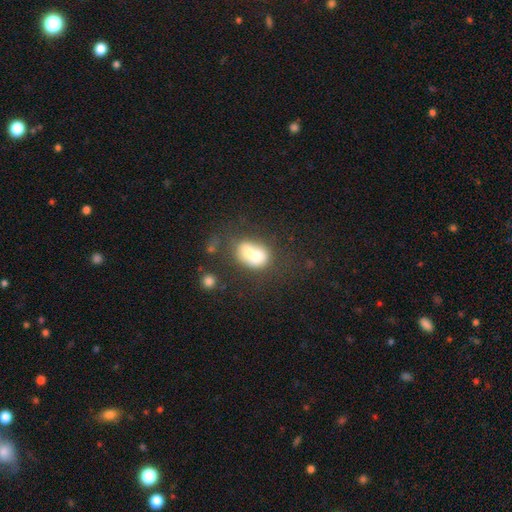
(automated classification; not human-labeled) Smooth or featured? Predicted: smooth (p=0.62). How rounded? Predicted: in between (p=0.52). Merging? Predicted: merger (p=0.62).